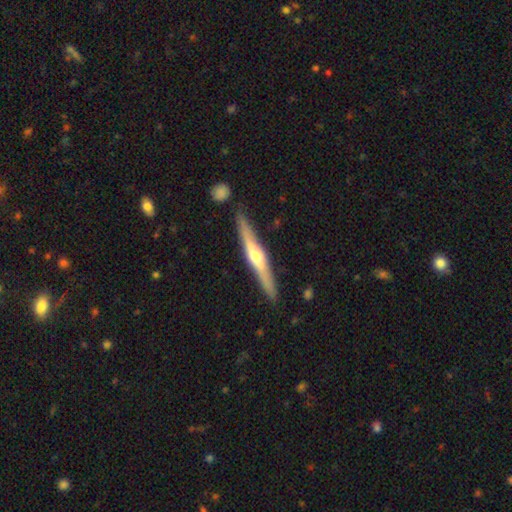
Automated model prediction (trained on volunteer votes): Overall: featured or disk (70%). Edge-on disk: yes (96%). Edge-on bulge: rounded (90%). Merging: none (88%).